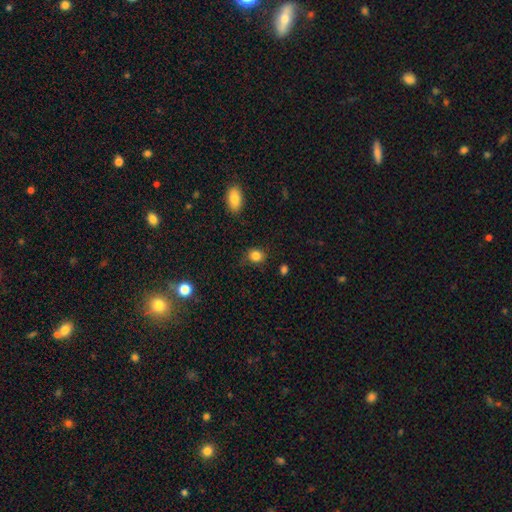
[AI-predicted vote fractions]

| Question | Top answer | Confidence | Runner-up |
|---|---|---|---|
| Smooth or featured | smooth | 85% | star or artifact (11%) |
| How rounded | round | 70% | in between (29%) |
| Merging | none | 76% | minor disturbance (18%) |